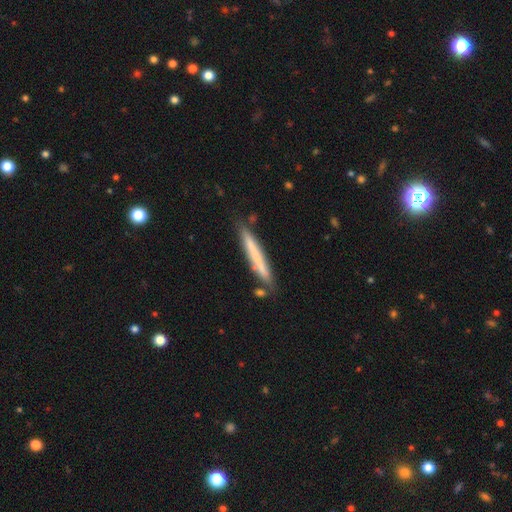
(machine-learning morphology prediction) smooth_or_featured: smooth (p=0.63) [alt: featured or disk p=0.31]
how_rounded: cigar-shaped (p=0.96) [alt: in between p=0.03]
merging: none (p=0.81) [alt: minor disturbance p=0.13]